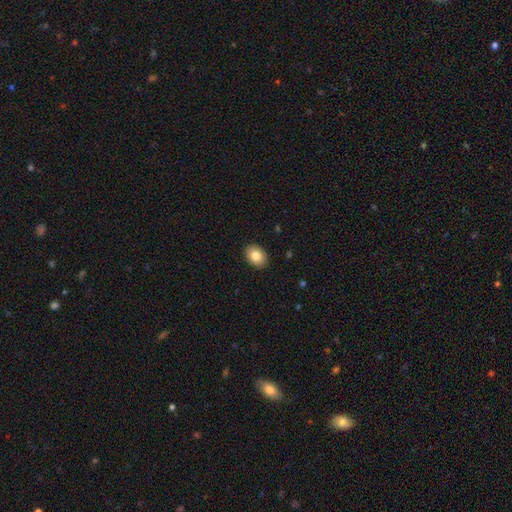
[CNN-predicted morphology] Smooth or featured? Predicted: smooth (p=0.83). How rounded? Predicted: in between (p=0.73). Merging? Predicted: none (p=0.90).